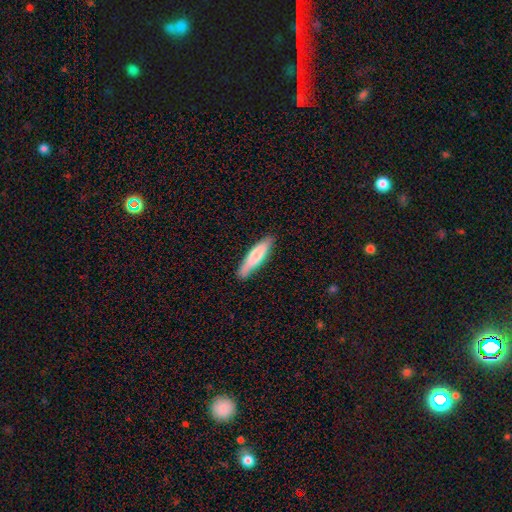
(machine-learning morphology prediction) Smooth or featured? smooth (75%)
How rounded? cigar-shaped (75%)
Merging? none (82%)